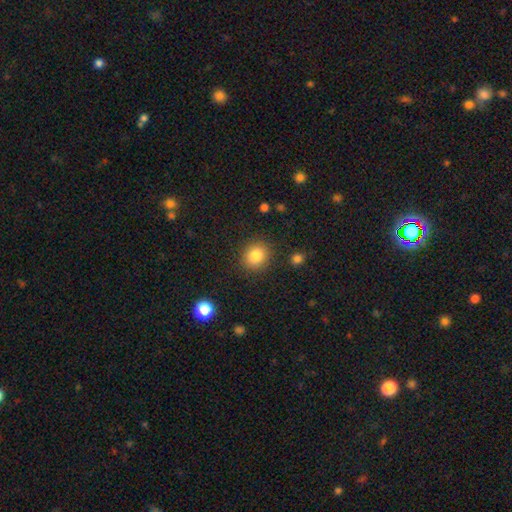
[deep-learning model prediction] A smooth galaxy with no disk features (84%) that is round (79%).

Vote fractions:
- Smooth or featured? smooth: 84% / star or artifact: 10% / featured or disk: 6%
- How rounded? round: 79% / in between: 20% / cigar-shaped: 1%
- Merging? none: 88% / minor disturbance: 8% / major disturbance: 3% / merger: 2%